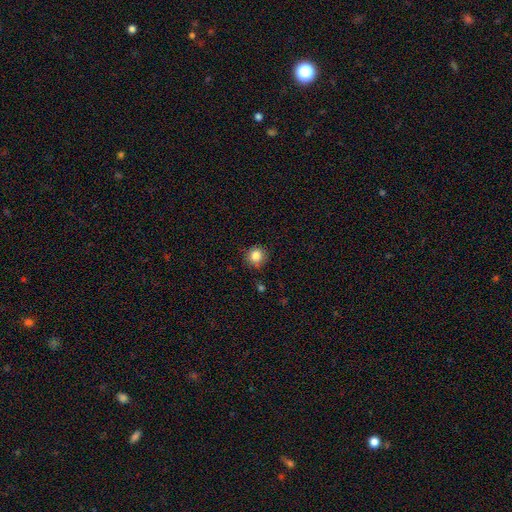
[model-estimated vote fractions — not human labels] This appears to be a smooth galaxy with no disk features (85%) that is round (89%). Merging: none (84%).